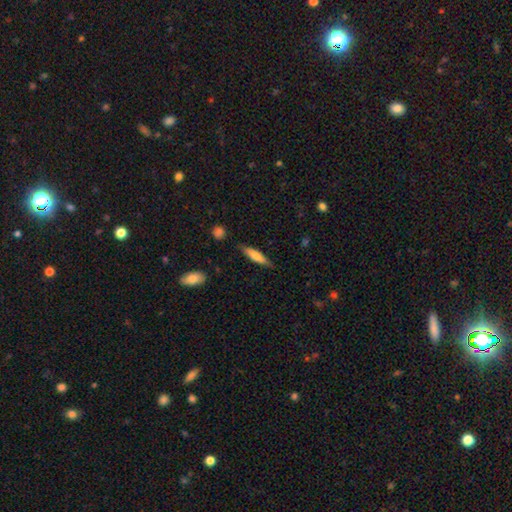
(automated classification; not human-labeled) smooth-or-featured: smooth: 63% | featured or disk: 31% | star or artifact: 6%
  how-rounded: cigar-shaped: 73% | in between: 25% | round: 2%
  merging: none: 82% | minor disturbance: 14% | major disturbance: 3% | merger: 2%